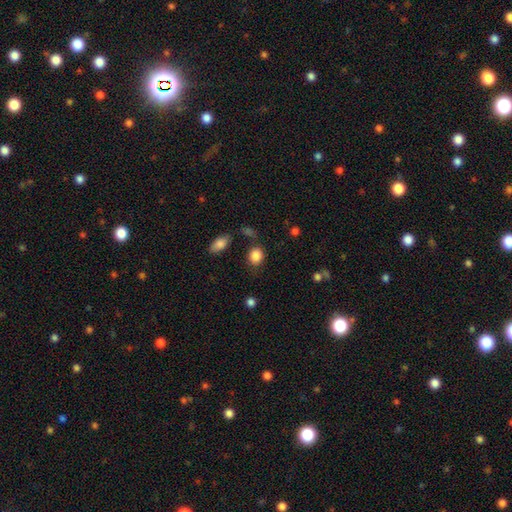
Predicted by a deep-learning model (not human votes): A smooth galaxy with no disk features (86%) that is round (58%).

Vote fractions:
- Smooth or featured? smooth: 86% / star or artifact: 9% / featured or disk: 5%
- How rounded? round: 58% / in between: 41% / cigar-shaped: 1%
- Merging? none: 77% / minor disturbance: 14% / merger: 5% / major disturbance: 4%